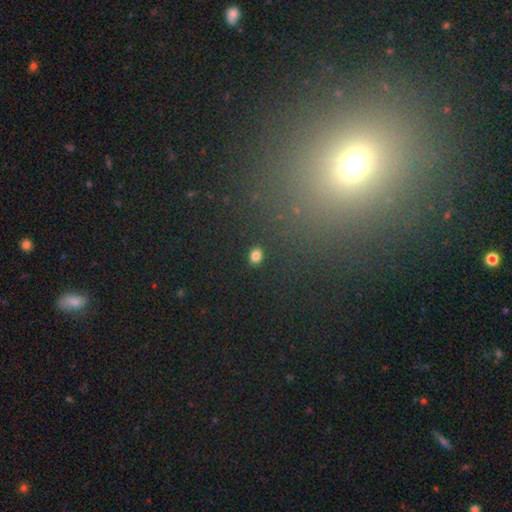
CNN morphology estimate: Smooth or featured? Predicted: smooth (p=0.81). How rounded? Predicted: in between (p=0.65). Merging? Predicted: none (p=0.89).